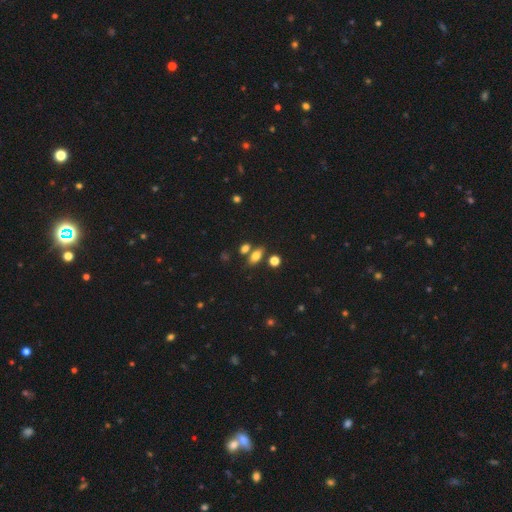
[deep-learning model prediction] Q: Smooth or featured?
A: smooth (77%); runner-up: featured or disk (12%)
Q: How rounded?
A: in between (84%); runner-up: round (9%)
Q: Merging?
A: none (67%); runner-up: merger (19%)